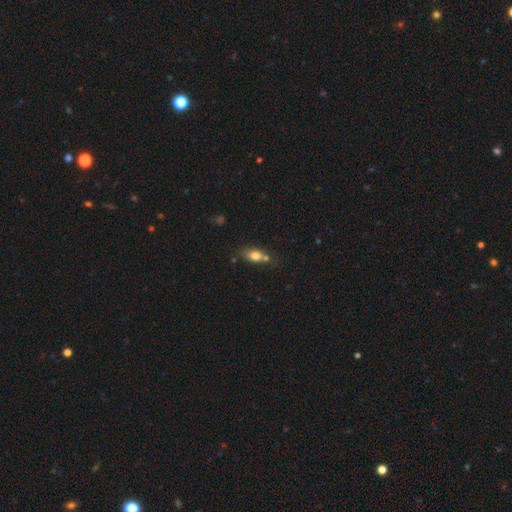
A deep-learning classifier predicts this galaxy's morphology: smooth_or_featured: smooth (p=0.76) [alt: featured or disk p=0.15]
how_rounded: in between (p=0.76) [alt: round p=0.15]
merging: none (p=0.53) [alt: merger p=0.22]